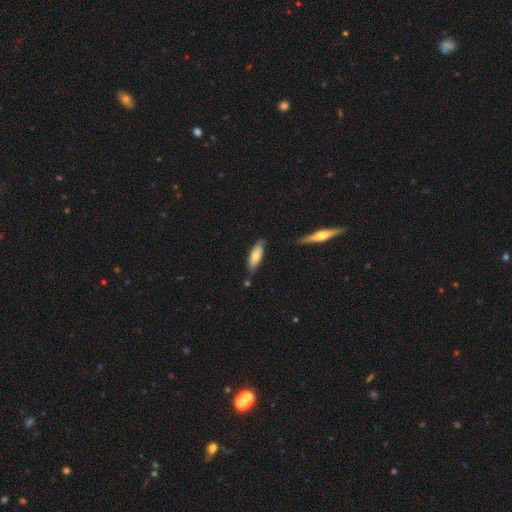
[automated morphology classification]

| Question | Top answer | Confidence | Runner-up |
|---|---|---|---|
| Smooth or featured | smooth | 68% | featured or disk (26%) |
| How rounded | in between | 62% | cigar-shaped (36%) |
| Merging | none | 74% | minor disturbance (19%) |